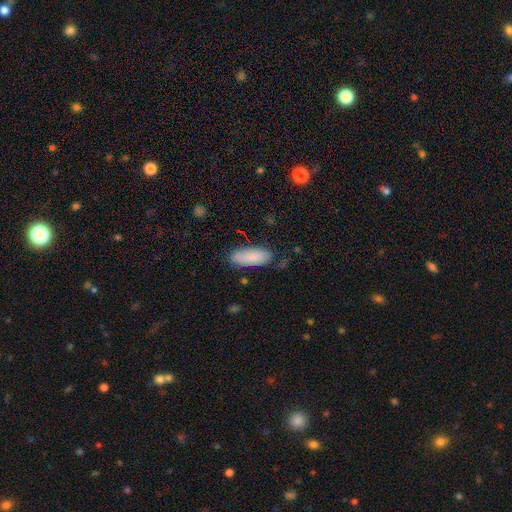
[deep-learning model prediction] A smooth galaxy with no disk features (87%) that is in between round and cigar-shaped (81%).

Vote fractions:
- Smooth or featured? smooth: 87% / featured or disk: 7% / star or artifact: 6%
- How rounded? in between: 81% / cigar-shaped: 17% / round: 2%
- Merging? none: 78% / minor disturbance: 16% / major disturbance: 4% / merger: 2%